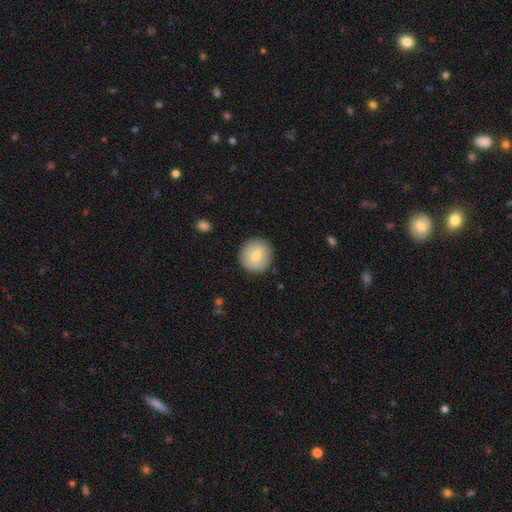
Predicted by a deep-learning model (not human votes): Smooth or featured: smooth — 74% (featured or disk — 20%)
How rounded: round — 90% (in between — 9%)
Merging: none — 88% (minor disturbance — 9%)